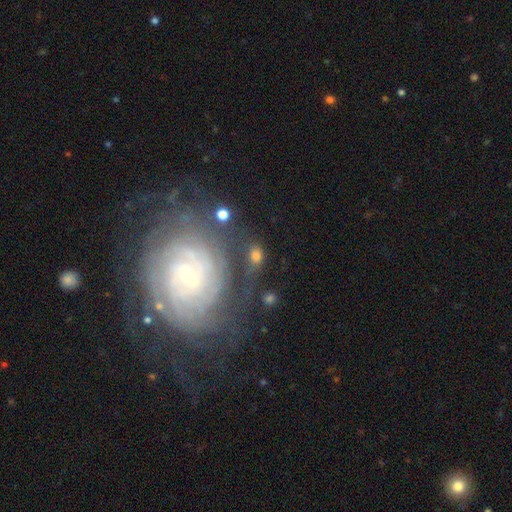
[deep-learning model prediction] Smooth or featured? smooth (52%)
How rounded? in between (58%)
Merging? none (55%)